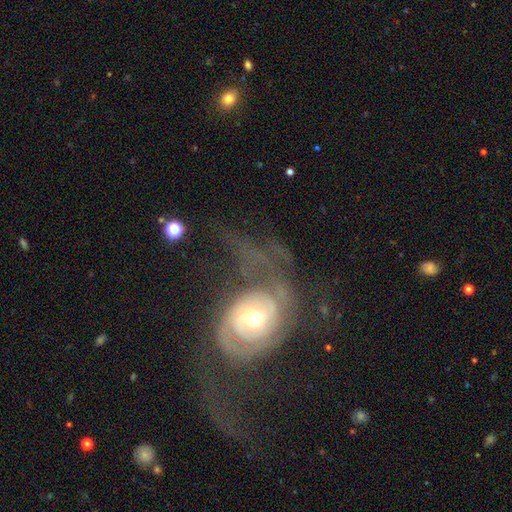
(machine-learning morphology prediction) The model was most divided on "spiral winding": medium: 35%, loose: 34%, tight: 31%. Remaining: edge-on disk — no (96%); spiral arms — yes (81%); smooth or featured — featured or disk (80%); bar — no (67%); bulge size — moderate (61%); spiral arm count — 2 (60%); merging — major disturbance (47%).